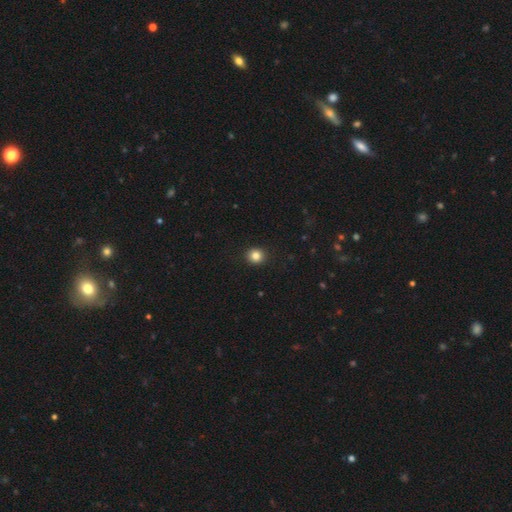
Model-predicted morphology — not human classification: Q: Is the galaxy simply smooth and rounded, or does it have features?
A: smooth — 84%.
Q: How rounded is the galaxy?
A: round — 87%.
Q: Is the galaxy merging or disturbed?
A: none — 92%.